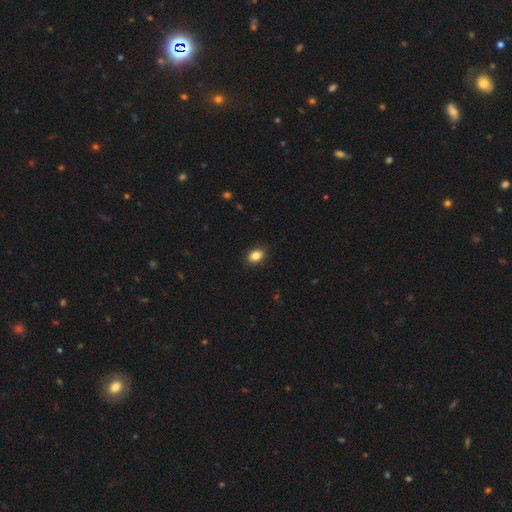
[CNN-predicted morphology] This is clearly a smooth galaxy (86%). How rounded: likely in between (77%). Merging: clearly none (88%).